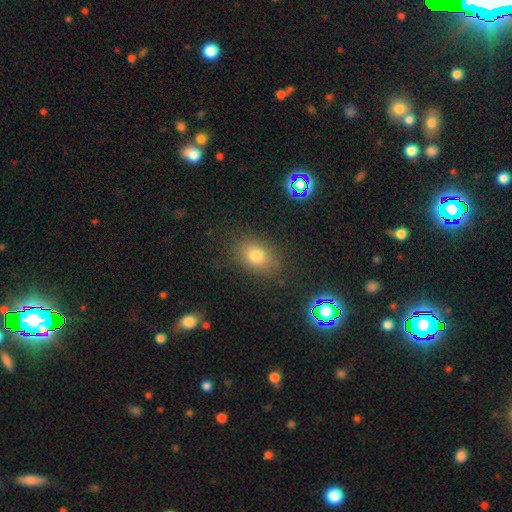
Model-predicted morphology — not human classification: A smooth galaxy with no disk features (73%) that is in between round and cigar-shaped (66%).

Vote fractions:
- Smooth or featured? smooth: 73% / star or artifact: 17% / featured or disk: 10%
- How rounded? in between: 66% / round: 32% / cigar-shaped: 1%
- Merging? none: 83% / minor disturbance: 11% / major disturbance: 4% / merger: 2%